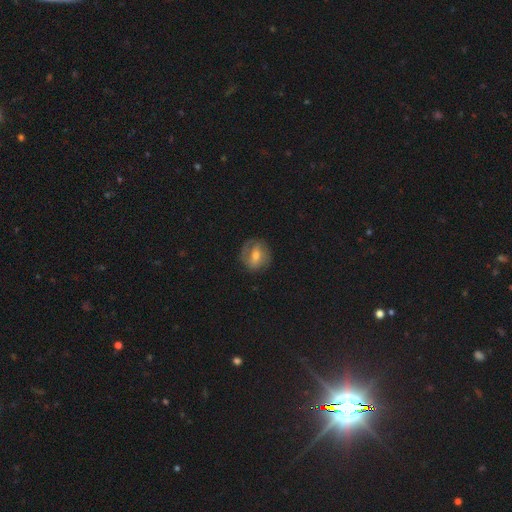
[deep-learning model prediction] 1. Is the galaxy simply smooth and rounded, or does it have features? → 59% featured or disk, 33% smooth, 8% star or artifact.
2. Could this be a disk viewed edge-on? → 95% no, 5% yes.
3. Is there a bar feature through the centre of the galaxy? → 44% weak, 29% no, 27% strong.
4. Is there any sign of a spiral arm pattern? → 76% yes, 24% no.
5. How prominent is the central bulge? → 60% moderate, 33% small, 5% large, 2% none, 1% dominant.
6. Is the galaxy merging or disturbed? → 74% none, 17% minor disturbance, 8% major disturbance, 1% merger.